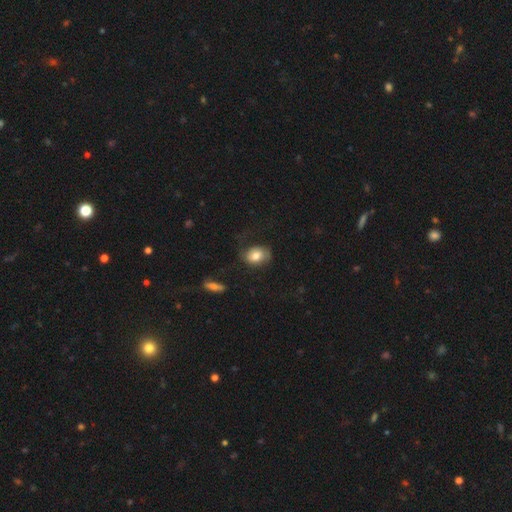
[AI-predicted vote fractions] Smooth or featured? Predicted: smooth (p=0.73). How rounded? Predicted: in between (p=0.69). Merging? Predicted: none (p=0.52).